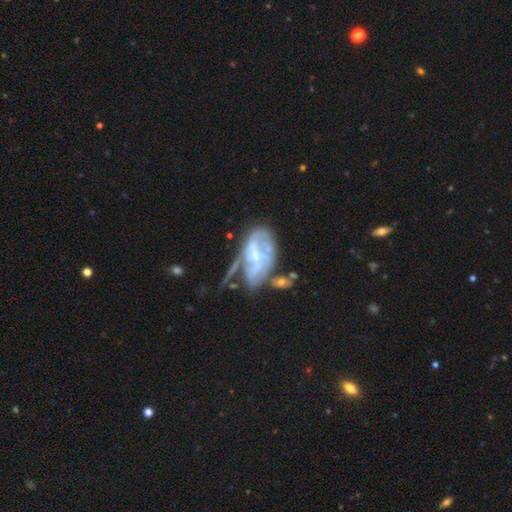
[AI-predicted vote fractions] smooth_or_featured: featured or disk (p=0.73) [alt: smooth p=0.18]
disk_edge_on: no (p=0.94) [alt: yes p=0.06]
bar: no (p=0.47) [alt: weak p=0.36]
has_spiral_arms: yes (p=0.60) [alt: no p=0.40]
bulge_size: small (p=0.54) [alt: moderate p=0.28]
merging: major disturbance (p=0.33) [alt: merger p=0.24]